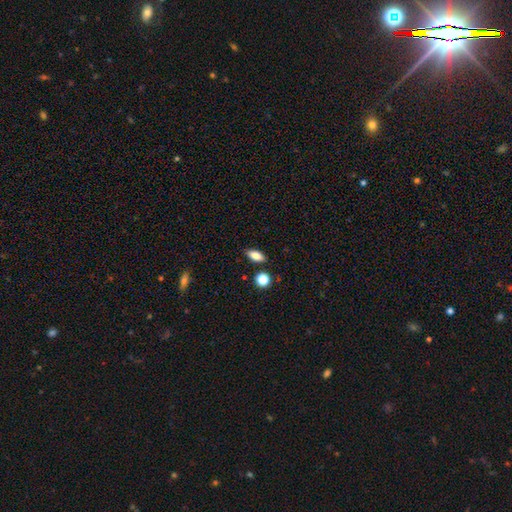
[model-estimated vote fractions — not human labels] Q: Smooth or featured?
A: smooth (81%); runner-up: featured or disk (10%)
Q: How rounded?
A: in between (82%); runner-up: cigar-shaped (12%)
Q: Merging?
A: none (85%); runner-up: minor disturbance (9%)